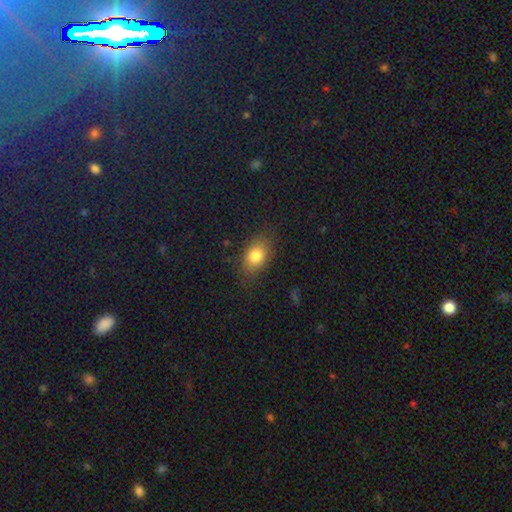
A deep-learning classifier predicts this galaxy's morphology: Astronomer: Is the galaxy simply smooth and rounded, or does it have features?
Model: smooth — 81%.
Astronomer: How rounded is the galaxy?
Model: in between — 78%.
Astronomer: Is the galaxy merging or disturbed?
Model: none — 81%.